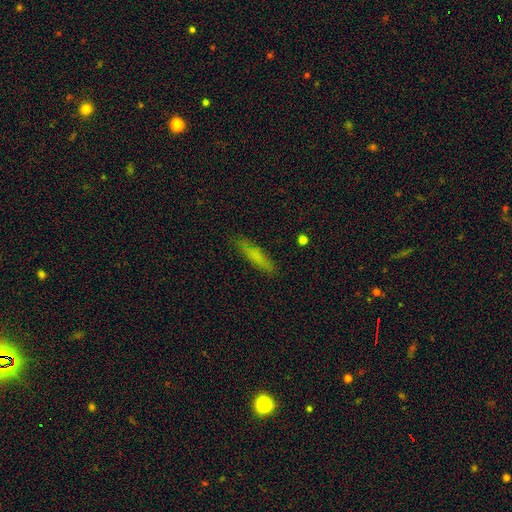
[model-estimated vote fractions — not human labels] A smooth galaxy with no disk features (72%) that is cigar-shaped (84%).

Vote fractions:
- Smooth or featured? smooth: 72% / featured or disk: 19% / star or artifact: 9%
- How rounded? cigar-shaped: 84% / in between: 14% / round: 2%
- Merging? none: 84% / minor disturbance: 12% / major disturbance: 3% / merger: 1%